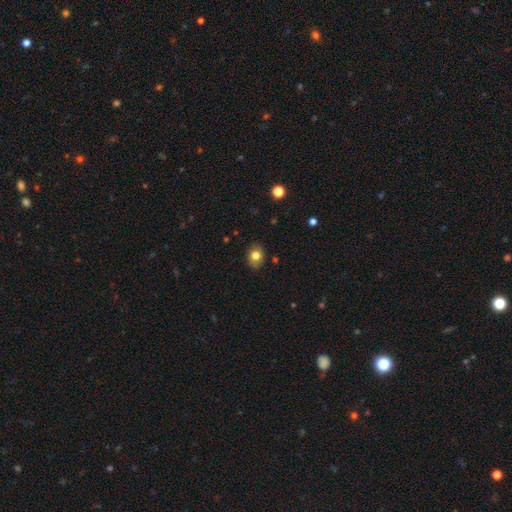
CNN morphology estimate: This is clearly a smooth galaxy (80%). How rounded: possibly in between (52%). Merging: clearly none (85%).